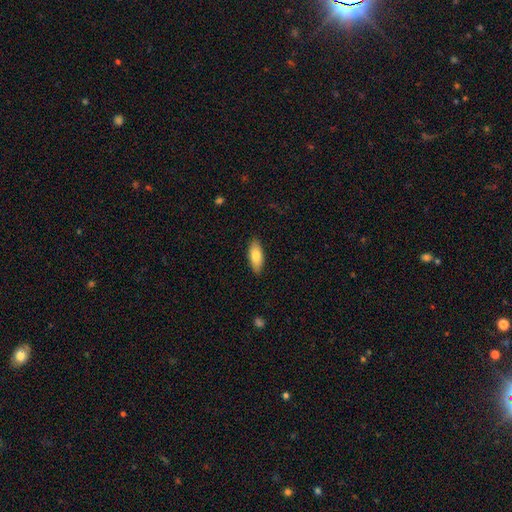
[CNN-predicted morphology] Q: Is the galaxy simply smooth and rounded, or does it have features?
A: smooth — 79%.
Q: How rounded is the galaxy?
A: in between — 78%.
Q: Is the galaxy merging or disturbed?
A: none — 88%.